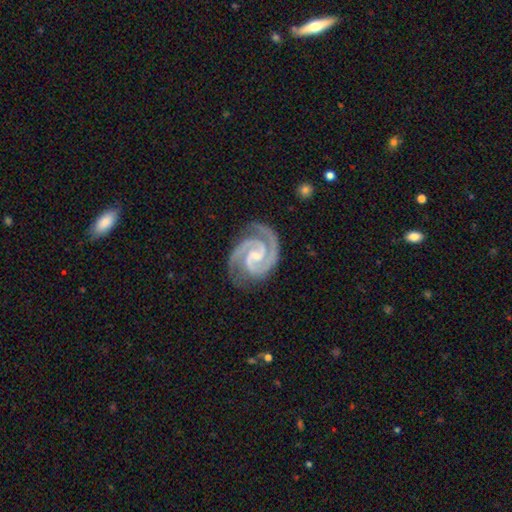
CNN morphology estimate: Smooth or featured? featured or disk (95%)
Edge-on disk? no (98%)
Bar? no (43%)
Spiral arms? yes (99%)
Spiral winding? tight (60%)
Spiral arm count? 2 (83%)
Bulge size? small (64%)
Merging? none (80%)